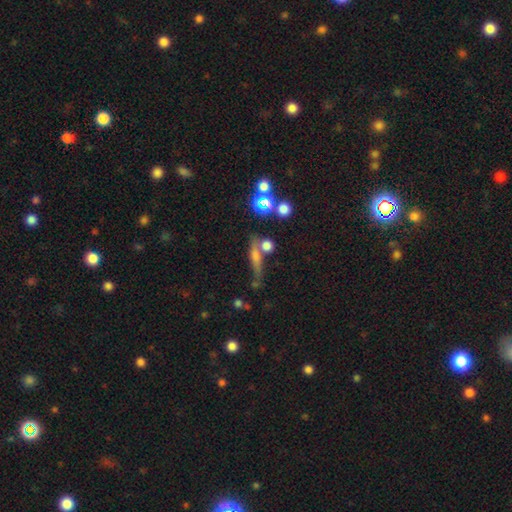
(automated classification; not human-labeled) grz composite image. It shows a smooth galaxy with no disk features (40%). Merging: none (56%).